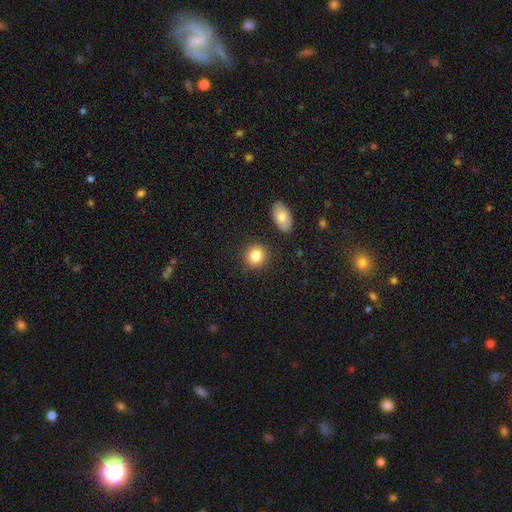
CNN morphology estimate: This is clearly a smooth galaxy (84%). How rounded: clearly round (83%). Merging: clearly none (85%).